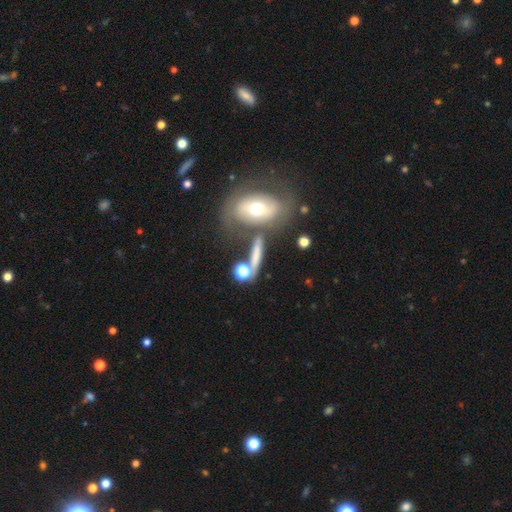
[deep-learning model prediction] Smooth or featured?
  - smooth: 58% *
  - featured or disk: 31%
  - star or artifact: 11%
How rounded?
  - cigar-shaped: 52% *
  - in between: 27%
  - round: 21%
Merging?
  - none: 51% *
  - merger: 24%
  - minor disturbance: 15%
  - major disturbance: 10%